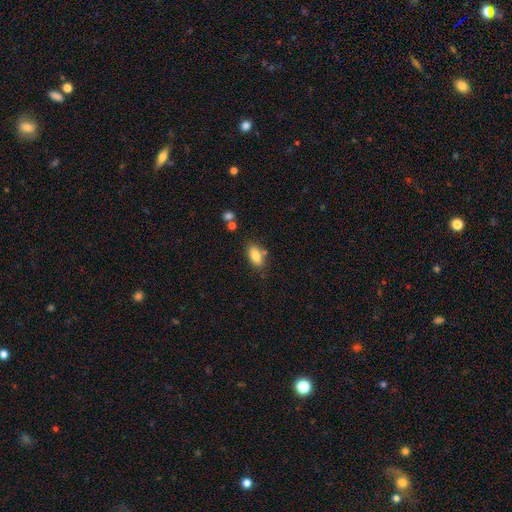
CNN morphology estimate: This is clearly a smooth galaxy (83%). How rounded: clearly in between (89%). Merging: likely none (74%).